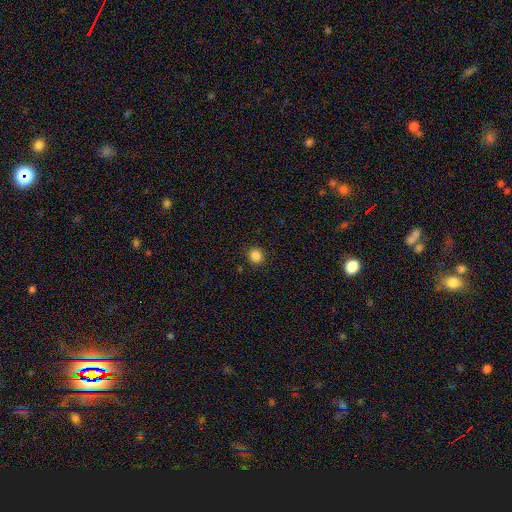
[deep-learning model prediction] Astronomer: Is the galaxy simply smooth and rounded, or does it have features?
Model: smooth — 86%.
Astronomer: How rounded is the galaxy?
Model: round — 90%.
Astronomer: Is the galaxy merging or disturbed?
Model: none — 91%.